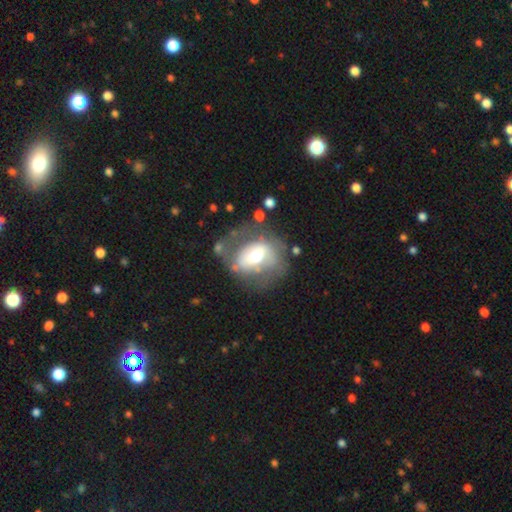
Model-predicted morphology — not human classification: Q: Smooth or featured?
A: featured or disk (57%); runner-up: smooth (36%)
Q: Edge-on disk?
A: no (94%); runner-up: yes (6%)
Q: Bar?
A: weak (37%); runner-up: no (33%)
Q: Spiral arms?
A: no (54%); runner-up: yes (46%)
Q: Bulge size?
A: moderate (64%); runner-up: large (20%)
Q: Merging?
A: none (48%); runner-up: major disturbance (24%)